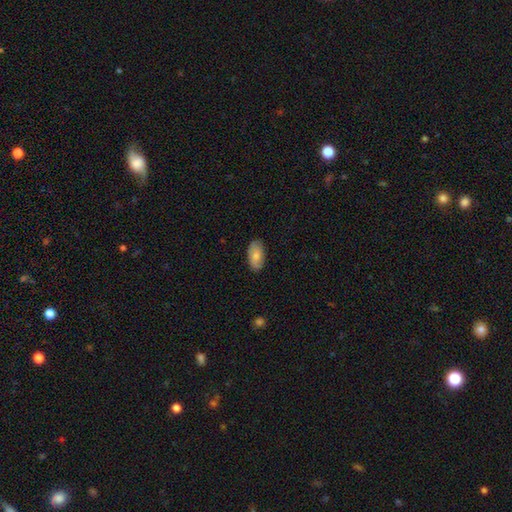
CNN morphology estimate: smooth-or-featured: smooth: 75% | featured or disk: 19% | star or artifact: 6%
  how-rounded: in between: 93% | round: 3% | cigar-shaped: 3%
  merging: none: 82% | minor disturbance: 15% | major disturbance: 2% | merger: 1%